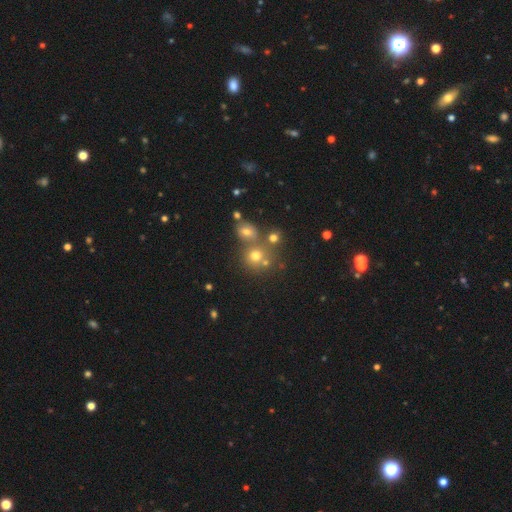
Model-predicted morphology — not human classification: This is likely a smooth galaxy (67%). How rounded: clearly round (81%). Merging: possibly none (55%).